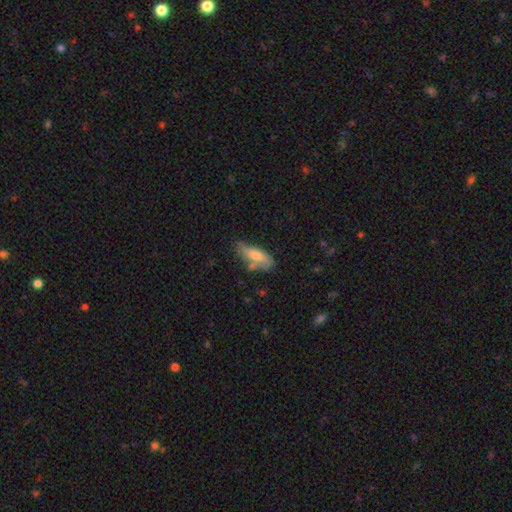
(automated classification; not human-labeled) Smooth or featured? Predicted: smooth (p=0.69). How rounded? Predicted: in between (p=0.62). Merging? Predicted: none (p=0.53).